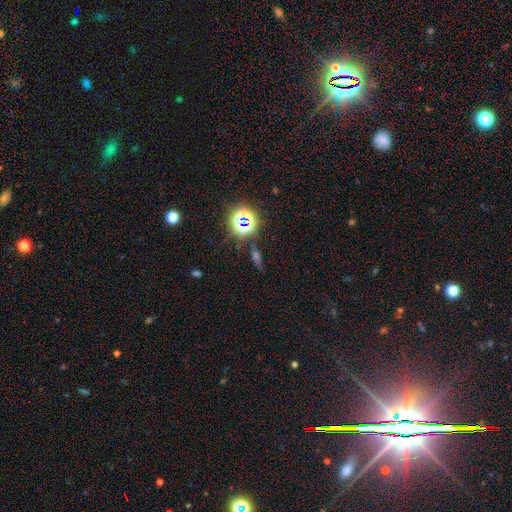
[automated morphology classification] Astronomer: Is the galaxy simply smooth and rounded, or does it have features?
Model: star or artifact — 55%.